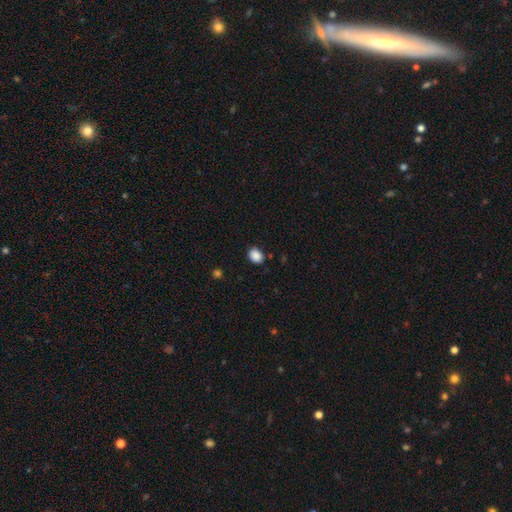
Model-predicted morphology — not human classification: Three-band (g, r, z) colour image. It shows a smooth galaxy with no disk features (89%) that is in between round and cigar-shaped (58%). Merging: none (86%).